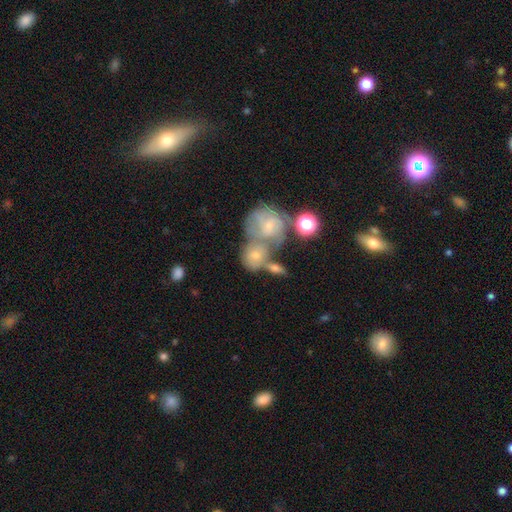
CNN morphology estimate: This is marginally a featured or disk galaxy (45%). Merging: likely merger (60%).